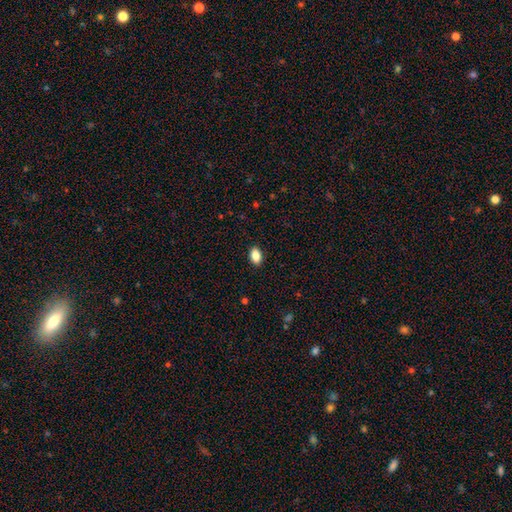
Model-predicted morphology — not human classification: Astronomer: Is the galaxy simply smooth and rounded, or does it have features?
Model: smooth — 87%.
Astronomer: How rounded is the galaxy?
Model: in between — 90%.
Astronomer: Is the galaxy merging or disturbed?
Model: none — 90%.